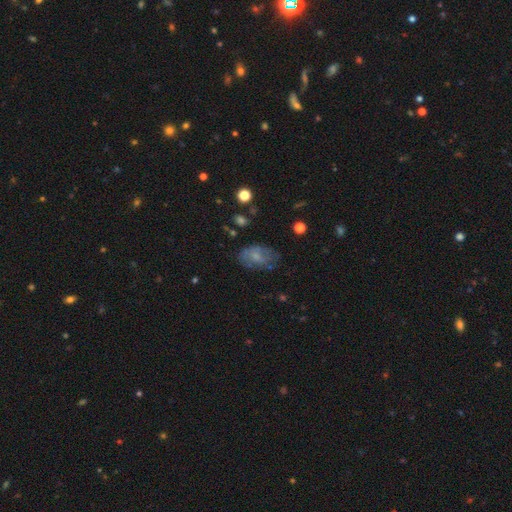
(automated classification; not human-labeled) A smooth galaxy with no disk features (56%) that is in between round and cigar-shaped (87%). Merging: none (59%).